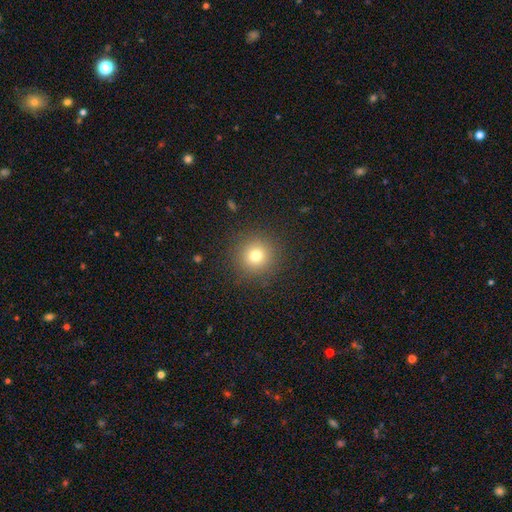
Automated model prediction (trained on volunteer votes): Smooth or featured? Predicted: smooth (p=0.77). How rounded? Predicted: round (p=0.95). Merging? Predicted: none (p=0.90).